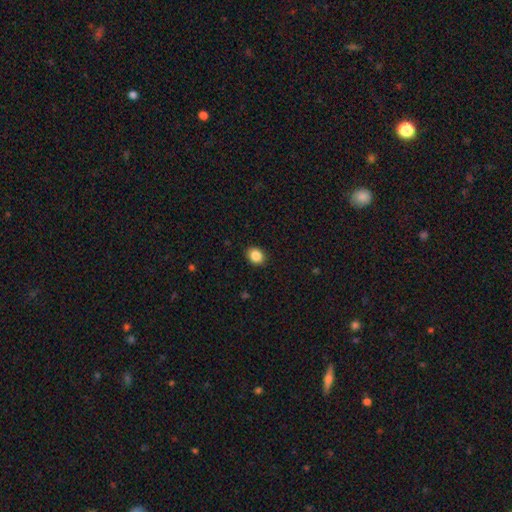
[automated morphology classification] Overall: smooth (87%). How rounded: round (54%; in between 45%). Merging: none (91%).